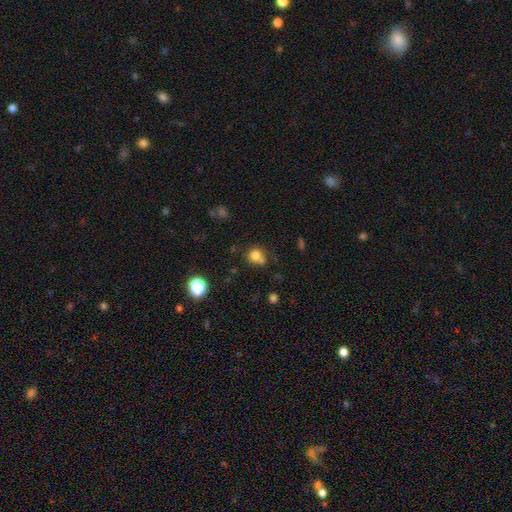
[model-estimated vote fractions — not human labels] Smooth or featured? smooth (76%)
How rounded? round (84%)
Merging? none (54%)